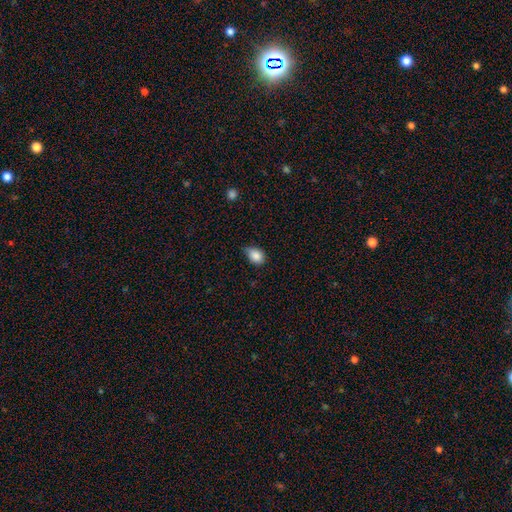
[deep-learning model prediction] Smooth or featured?
  - smooth: 87% *
  - star or artifact: 8%
  - featured or disk: 5%
How rounded?
  - in between: 73% *
  - round: 26%
  - cigar-shaped: 1%
Merging?
  - none: 51% *
  - minor disturbance: 41%
  - major disturbance: 6%
  - merger: 2%